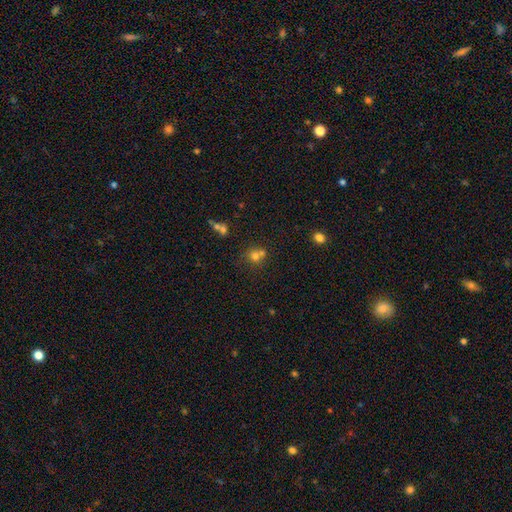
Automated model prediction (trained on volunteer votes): Smooth or featured?
  - smooth: 68% *
  - star or artifact: 18%
  - featured or disk: 14%
How rounded?
  - round: 79% *
  - in between: 20%
  - cigar-shaped: 1%
Merging?
  - merger: 44% *
  - none: 43%
  - minor disturbance: 9%
  - major disturbance: 4%